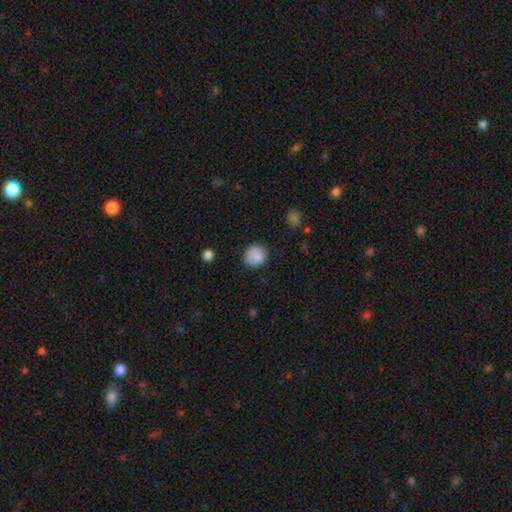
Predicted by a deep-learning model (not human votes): Smooth or featured? Predicted: smooth (p=0.87). How rounded? Predicted: round (p=0.88). Merging? Predicted: none (p=0.84).